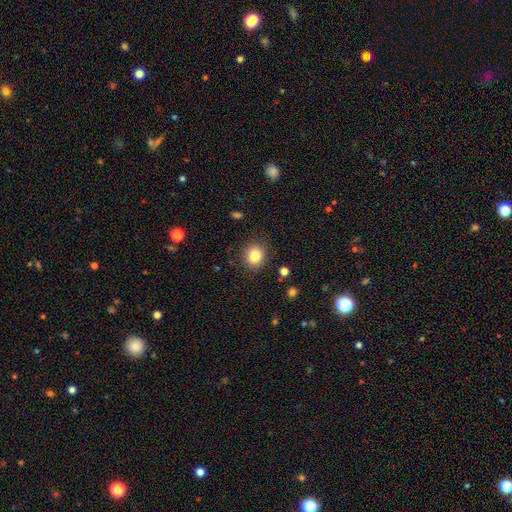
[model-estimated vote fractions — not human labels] smooth_or_featured: smooth (p=0.83) [alt: star or artifact p=0.11]
how_rounded: round (p=0.66) [alt: in between p=0.33]
merging: none (p=0.84) [alt: minor disturbance p=0.11]